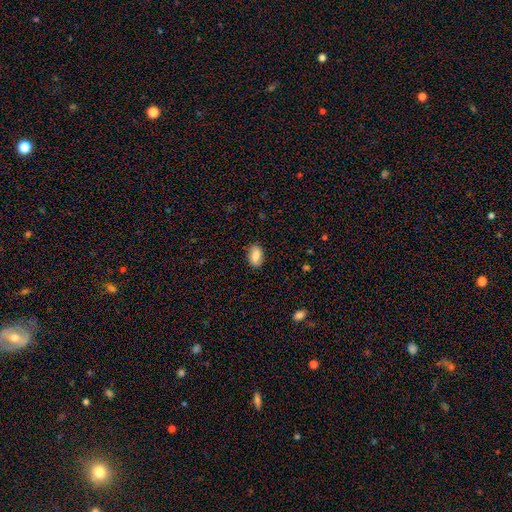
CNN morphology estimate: Smooth or featured? smooth (77%)
How rounded? in between (89%)
Merging? none (85%)